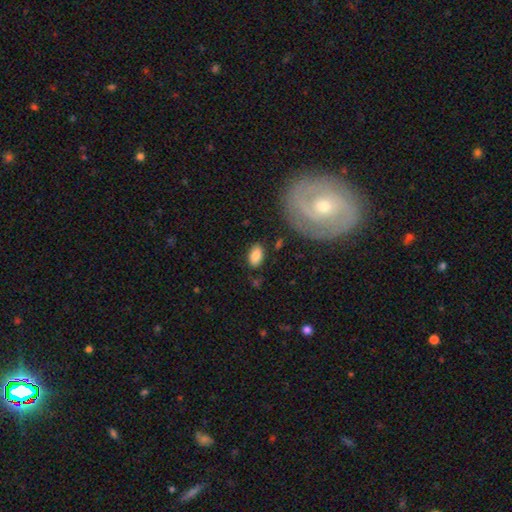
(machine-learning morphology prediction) smooth-or-featured: smooth: 84% | featured or disk: 8% | star or artifact: 7%
  how-rounded: in between: 91% | round: 7% | cigar-shaped: 2%
  merging: none: 80% | minor disturbance: 13% | major disturbance: 4% | merger: 3%